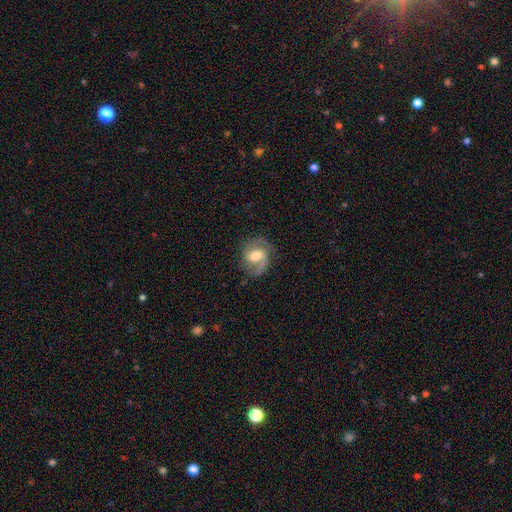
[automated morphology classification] A featured or disk galaxy (81%) with a weak bar (49%), 2 (85%) medium (54%) spiral arms (96%) and a moderate central bulge (65%). Merging: none (74%).